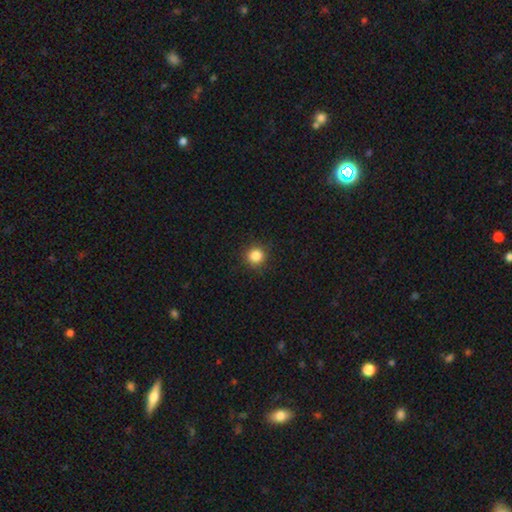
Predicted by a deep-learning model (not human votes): smooth 85%, star or artifact 11%, featured or disk 4%. Down the decision tree: how rounded — round (94%); merging — none (91%).